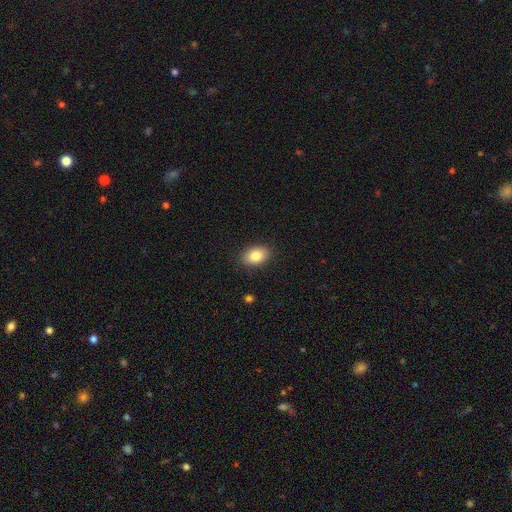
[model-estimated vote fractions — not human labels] smooth-or-featured: smooth: 84% | featured or disk: 8% | star or artifact: 8%
  how-rounded: in between: 85% | round: 14% | cigar-shaped: 1%
  merging: none: 88% | minor disturbance: 9% | major disturbance: 2% | merger: 1%